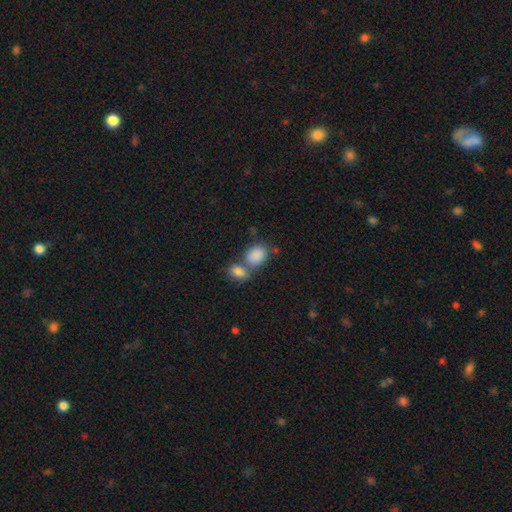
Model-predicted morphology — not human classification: A smooth galaxy with no disk features (87%) that is in between round and cigar-shaped (68%). Merging: merger (44%).